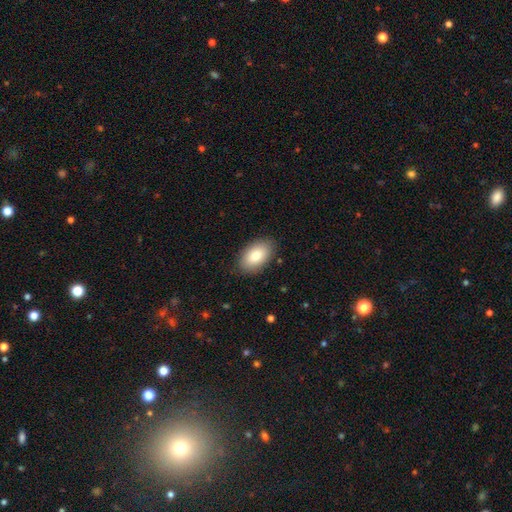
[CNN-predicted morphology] This appears to be a smooth galaxy with no disk features (82%) that is in between round and cigar-shaped (92%). Merging: none (86%).